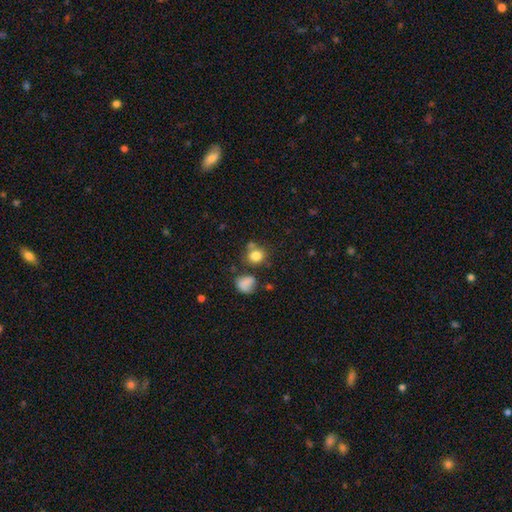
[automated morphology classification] Smooth or featured? smooth (80%)
How rounded? round (79%)
Merging? none (60%)